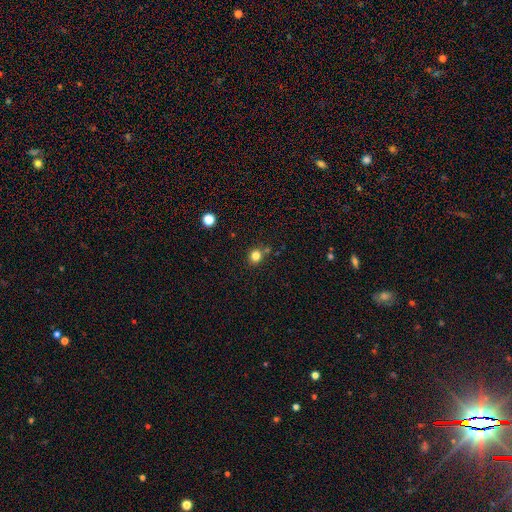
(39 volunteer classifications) Smooth or featured?
  - smooth: 85% *
  - star or artifact: 10%
  - featured or disk: 5%
How rounded?
  - round: 97% *
  - in between: 3%
  - cigar-shaped: 0%
Merging?
  - none: 74% *
  - minor disturbance: 14%
  - merger: 9%
  - major disturbance: 3%